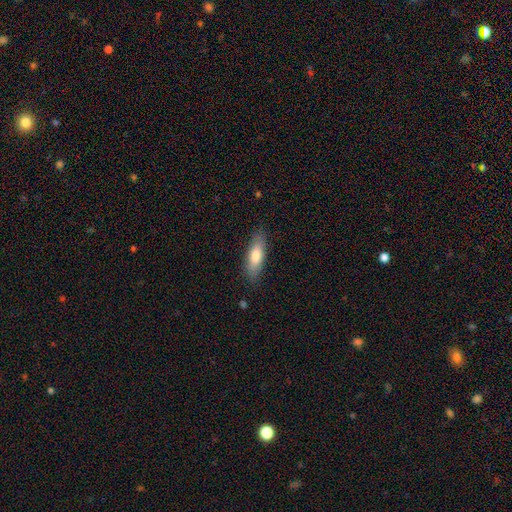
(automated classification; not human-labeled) smooth 75%, featured or disk 19%, star or artifact 6%. Down the decision tree: how rounded — in between (53%); merging — none (85%).